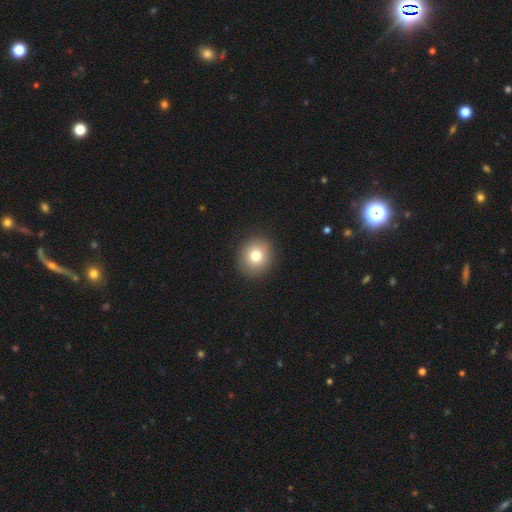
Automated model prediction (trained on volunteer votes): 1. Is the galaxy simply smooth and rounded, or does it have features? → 78% smooth, 11% featured or disk, 10% star or artifact.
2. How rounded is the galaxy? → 82% round, 17% in between, 1% cigar-shaped.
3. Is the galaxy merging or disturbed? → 91% none, 6% minor disturbance, 2% major disturbance, 1% merger.